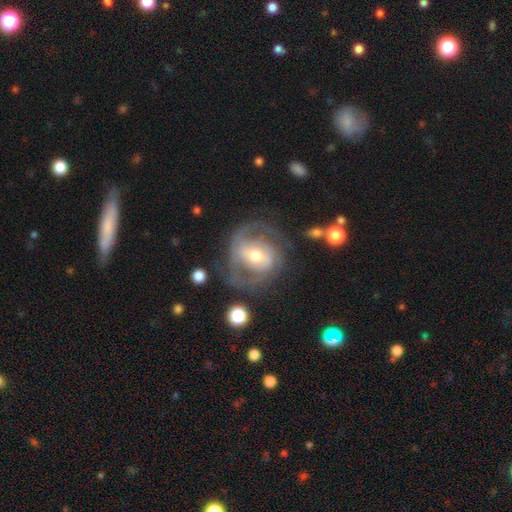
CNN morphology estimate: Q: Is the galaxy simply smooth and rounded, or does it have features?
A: featured or disk — 81%.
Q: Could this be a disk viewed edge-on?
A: no — 97%.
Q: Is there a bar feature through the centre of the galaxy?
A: weak — 40%.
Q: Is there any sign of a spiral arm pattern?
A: yes — 86%.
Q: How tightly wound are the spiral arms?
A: medium — 44%.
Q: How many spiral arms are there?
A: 2 — 68%.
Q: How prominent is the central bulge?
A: moderate — 68%.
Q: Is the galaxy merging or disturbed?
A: none — 65%.